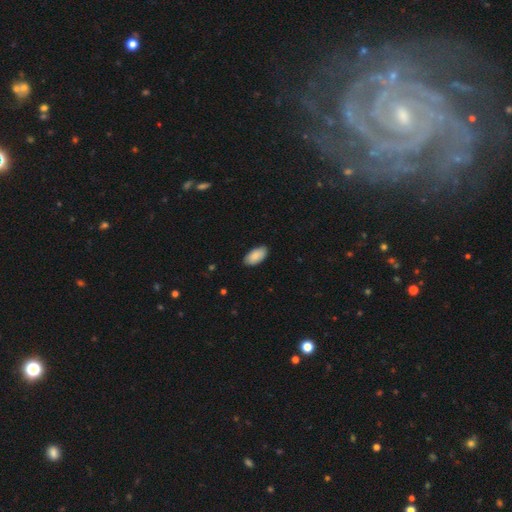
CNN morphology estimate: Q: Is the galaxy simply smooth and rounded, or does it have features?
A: smooth — 89%.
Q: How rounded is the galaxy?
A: in between — 95%.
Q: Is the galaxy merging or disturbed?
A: none — 86%.